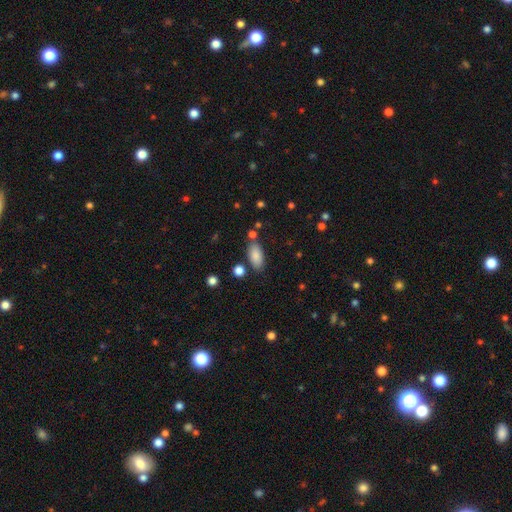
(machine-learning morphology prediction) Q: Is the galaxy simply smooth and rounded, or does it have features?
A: smooth — 85%.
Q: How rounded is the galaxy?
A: in between — 89%.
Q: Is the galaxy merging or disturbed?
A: none — 77%.